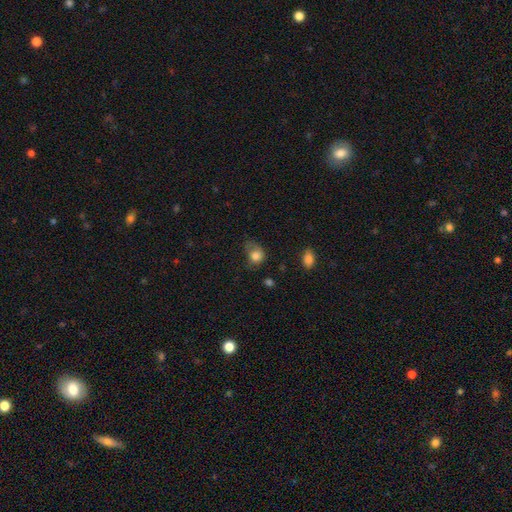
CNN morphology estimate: Smooth or featured?
  - smooth: 79% *
  - featured or disk: 12%
  - star or artifact: 9%
How rounded?
  - round: 52% *
  - in between: 47%
  - cigar-shaped: 1%
Merging?
  - minor disturbance: 35% *
  - major disturbance: 33%
  - none: 29%
  - merger: 3%